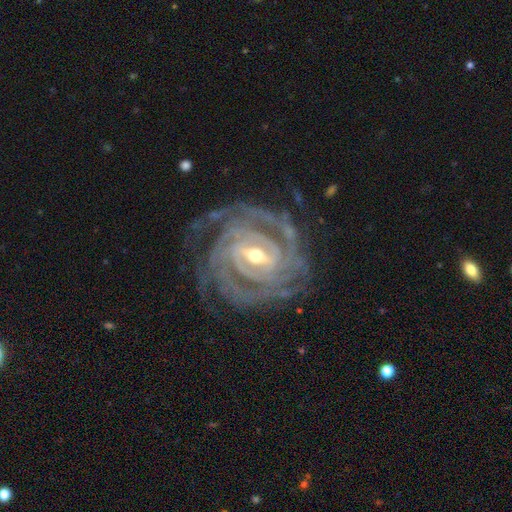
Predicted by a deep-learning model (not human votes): A featured or disk galaxy (93%) with a strong bar (56%), 4 (26%) tight (81%) spiral arms (98%) and a moderate central bulge (55%). Merging: none (75%).